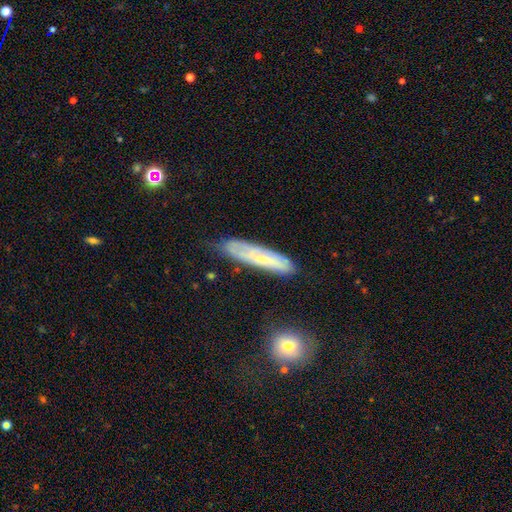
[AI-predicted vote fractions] smooth-or-featured: smooth: 46% | featured or disk: 45% | star or artifact: 9%
  merging: none: 74% | minor disturbance: 19% | major disturbance: 4% | merger: 3%